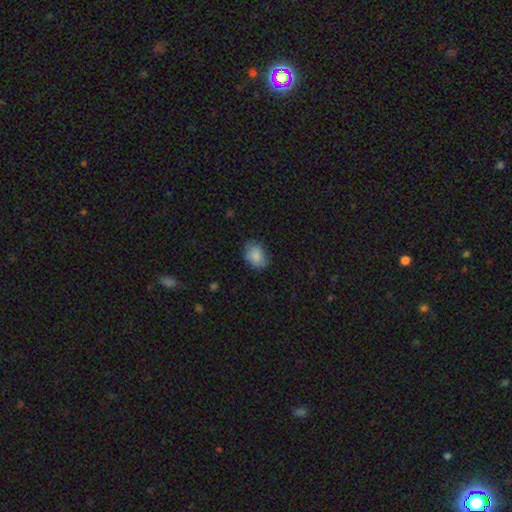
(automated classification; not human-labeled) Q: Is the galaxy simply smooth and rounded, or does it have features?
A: smooth — 84%.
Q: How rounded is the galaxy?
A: in between — 62%.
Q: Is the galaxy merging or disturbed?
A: none — 70%.